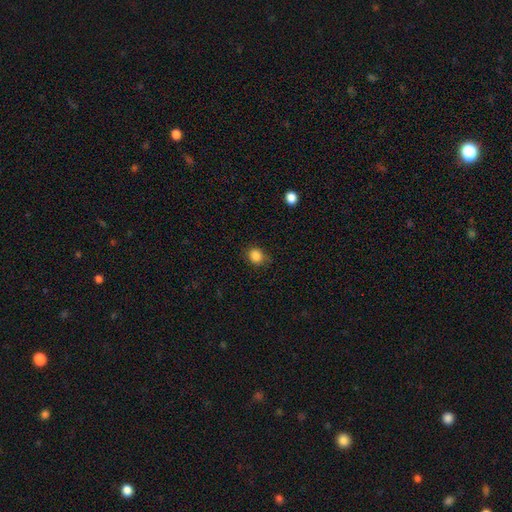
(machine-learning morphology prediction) A smooth galaxy with no disk features (85%) that is round (72%). Merging: none (77%).